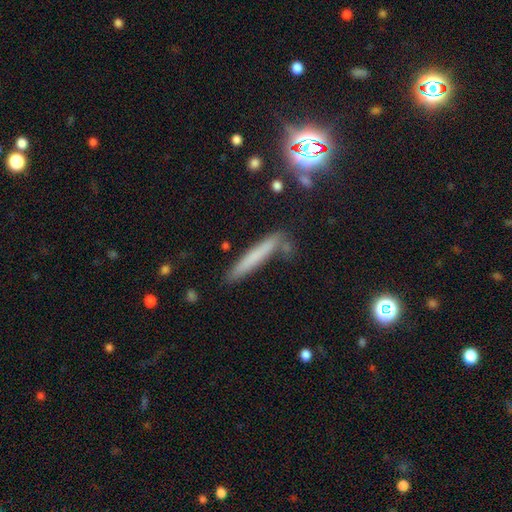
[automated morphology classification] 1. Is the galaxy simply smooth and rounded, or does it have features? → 67% smooth, 22% featured or disk, 11% star or artifact.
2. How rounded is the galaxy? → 94% cigar-shaped, 4% in between, 2% round.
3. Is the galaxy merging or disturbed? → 76% none, 15% minor disturbance, 5% merger, 4% major disturbance.